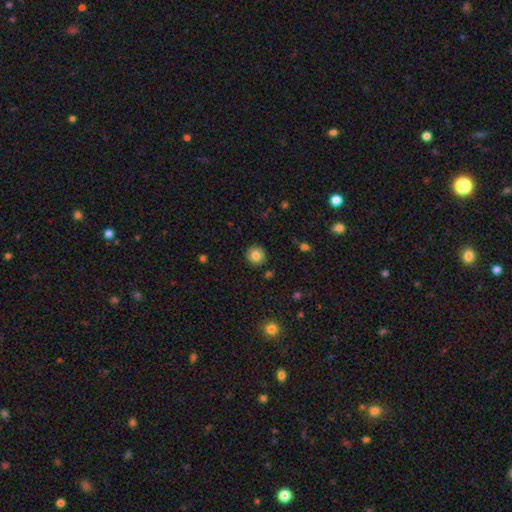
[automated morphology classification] This is clearly a smooth galaxy (81%). How rounded: clearly round (90%). Merging: clearly none (90%).